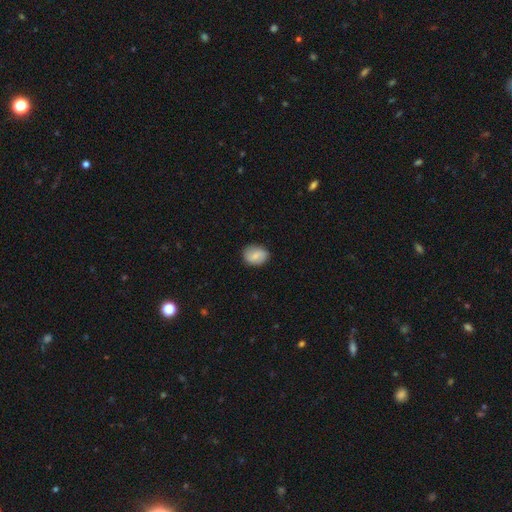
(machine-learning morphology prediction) This is likely a smooth galaxy (73%). How rounded: possibly in between (54%). Merging: clearly none (82%).